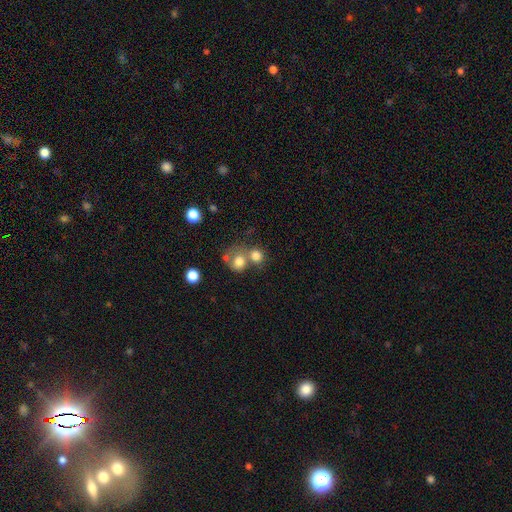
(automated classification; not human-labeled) A smooth galaxy with no disk features (77%) that is round (80%).

Vote fractions:
- Smooth or featured? smooth: 77% / star or artifact: 12% / featured or disk: 11%
- How rounded? round: 80% / in between: 19% / cigar-shaped: 1%
- Merging? merger: 48% / none: 39% / minor disturbance: 8% / major disturbance: 5%